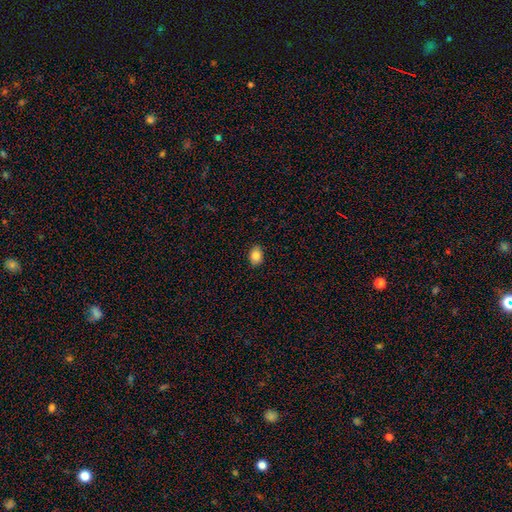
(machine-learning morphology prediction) smooth-or-featured: smooth: 85% | star or artifact: 9% | featured or disk: 6%
  how-rounded: in between: 71% | round: 28% | cigar-shaped: 1%
  merging: none: 88% | minor disturbance: 9% | major disturbance: 2% | merger: 1%